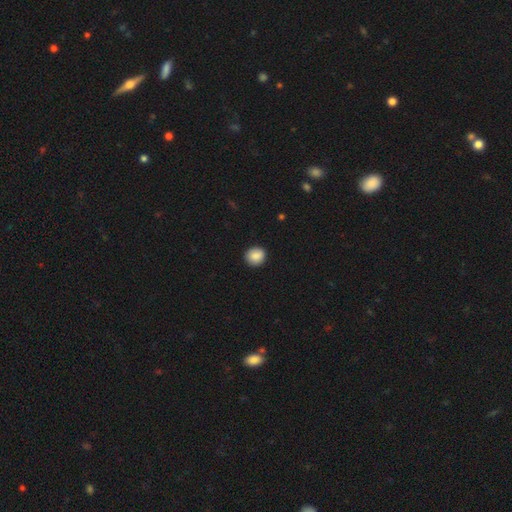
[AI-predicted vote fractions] Overall: smooth (86%). How rounded: round (84%). Merging: none (90%).